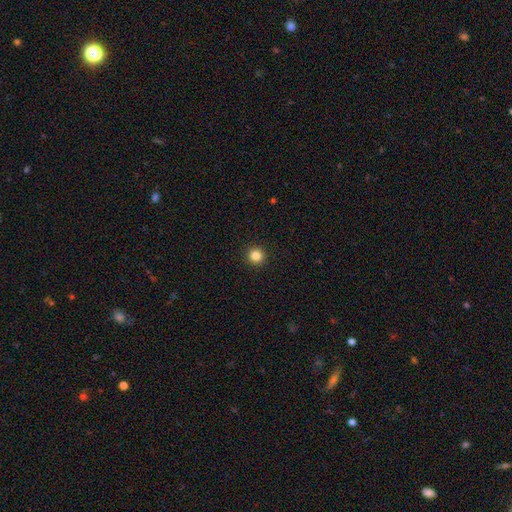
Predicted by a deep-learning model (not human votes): Smooth or featured: smooth — 84% (star or artifact — 12%)
How rounded: round — 96% (in between — 3%)
Merging: none — 94% (minor disturbance — 4%)